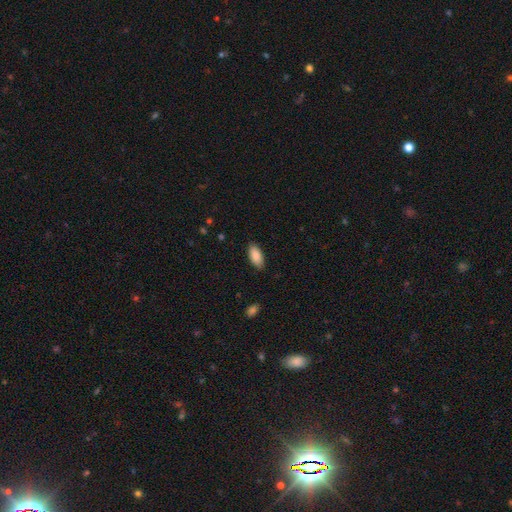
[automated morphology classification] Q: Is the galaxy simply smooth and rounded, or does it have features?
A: smooth — 89%.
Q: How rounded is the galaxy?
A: in between — 90%.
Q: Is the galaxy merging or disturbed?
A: none — 86%.